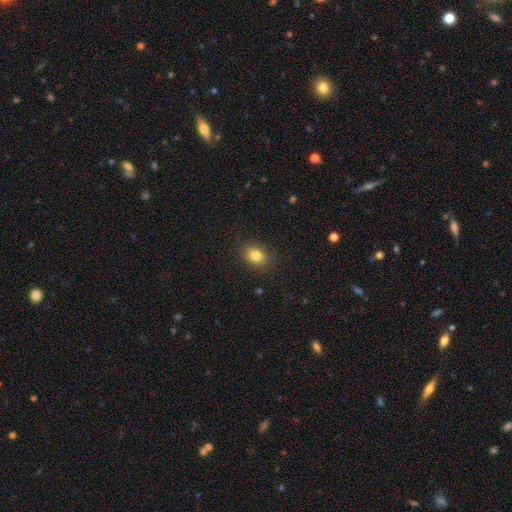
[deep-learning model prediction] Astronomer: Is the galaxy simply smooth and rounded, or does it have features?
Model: smooth — 83%.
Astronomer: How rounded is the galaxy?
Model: round — 58% (runner-up: in between, 41%).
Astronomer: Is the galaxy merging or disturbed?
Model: none — 88%.